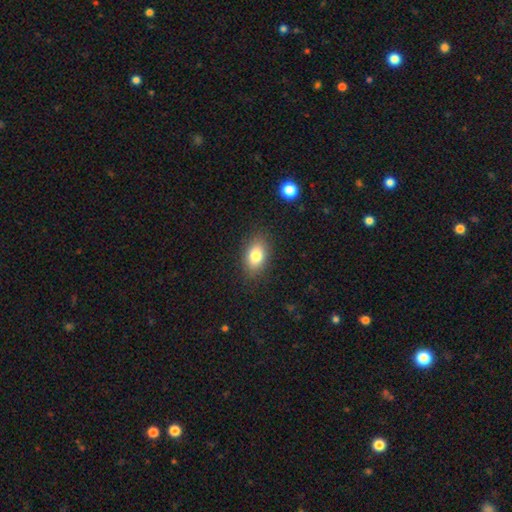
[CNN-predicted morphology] Smooth or featured: smooth — 81% (featured or disk — 10%)
How rounded: in between — 83% (round — 15%)
Merging: none — 85% (minor disturbance — 10%)